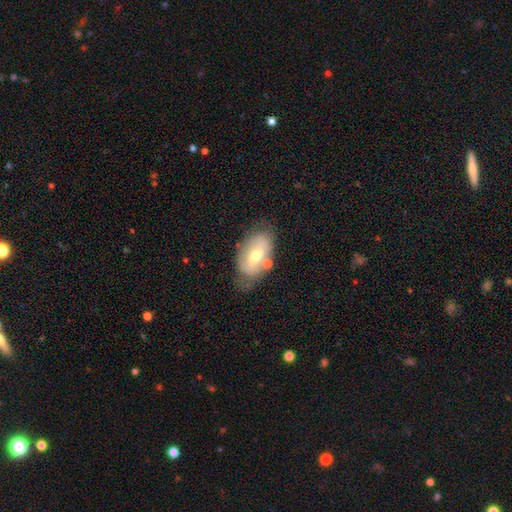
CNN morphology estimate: Smooth or featured? smooth (47%)
Merging? none (61%)